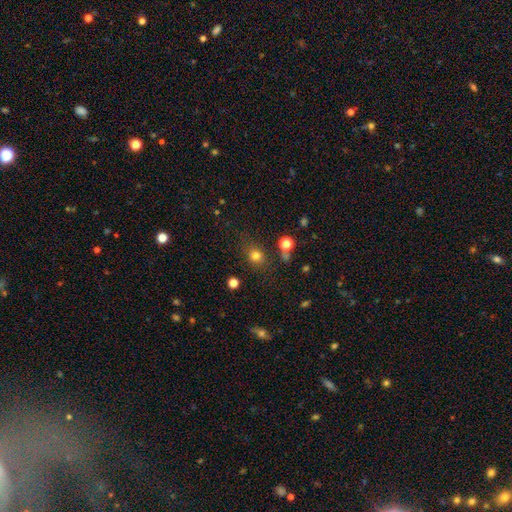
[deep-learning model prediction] smooth_or_featured: smooth (p=0.77) [alt: star or artifact p=0.14]
how_rounded: round (p=0.64) [alt: in between p=0.35]
merging: none (p=0.74) [alt: minor disturbance p=0.15]